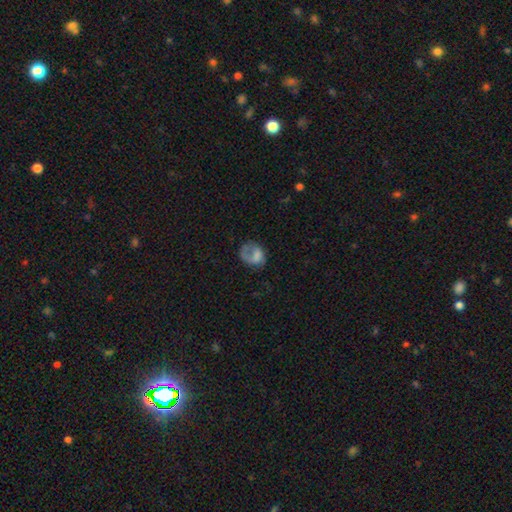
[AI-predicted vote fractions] smooth-or-featured: smooth: 60% | featured or disk: 30% | star or artifact: 10%
  how-rounded: in between: 55% | round: 44% | cigar-shaped: 1%
  merging: major disturbance: 40% | none: 33% | minor disturbance: 24% | merger: 4%